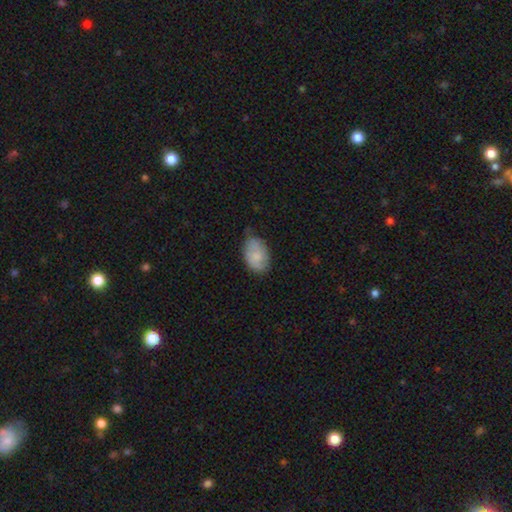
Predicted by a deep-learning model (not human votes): Overall: smooth (72%). How rounded: in between (88%). Merging: none (61%; minor disturbance 31%).